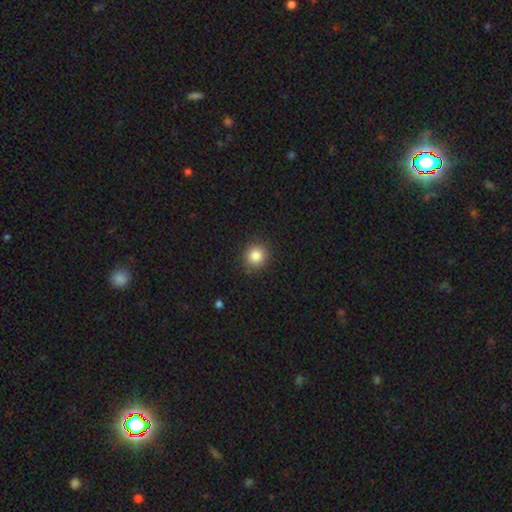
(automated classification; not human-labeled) A smooth galaxy with no disk features (85%) that is round (89%). Merging: none (88%).